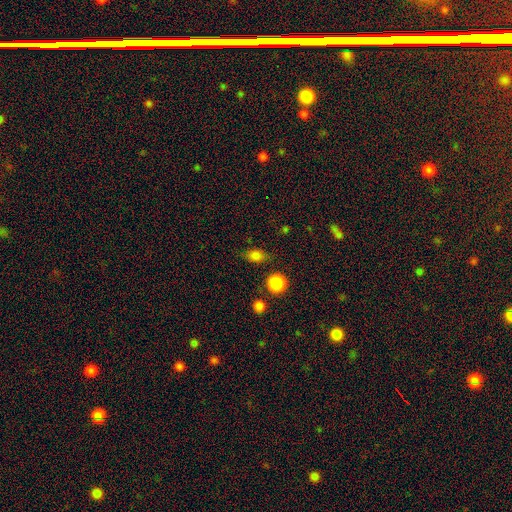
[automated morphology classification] This appears to be a smooth galaxy with no disk features (80%) that is in between round and cigar-shaped (62%). Merging: none (77%).